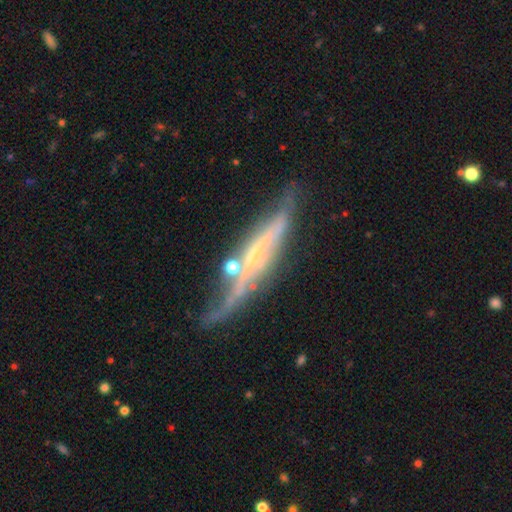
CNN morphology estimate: smooth_or_featured: featured or disk (p=0.78) [alt: smooth p=0.15]
disk_edge_on: yes (p=0.82) [alt: no p=0.18]
edge_on_bulge: rounded (p=0.59) [alt: none p=0.30]
merging: none (p=0.53) [alt: minor disturbance p=0.24]